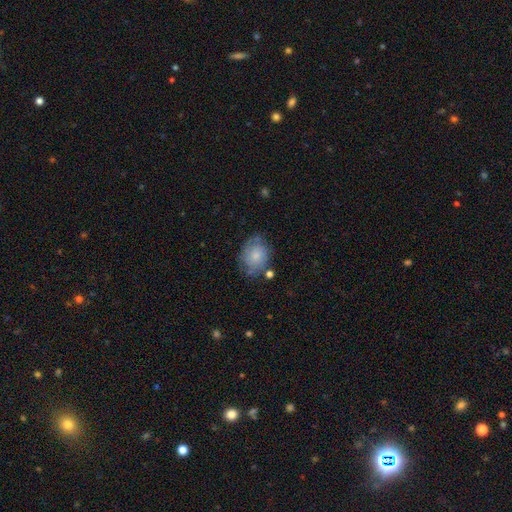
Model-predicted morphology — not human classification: A smooth galaxy with no disk features (66%) that is in between round and cigar-shaped (51%).

Vote fractions:
- Smooth or featured? smooth: 66% / featured or disk: 26% / star or artifact: 8%
- How rounded? in between: 51% / round: 48% / cigar-shaped: 1%
- Merging? none: 60% / minor disturbance: 26% / major disturbance: 9% / merger: 5%